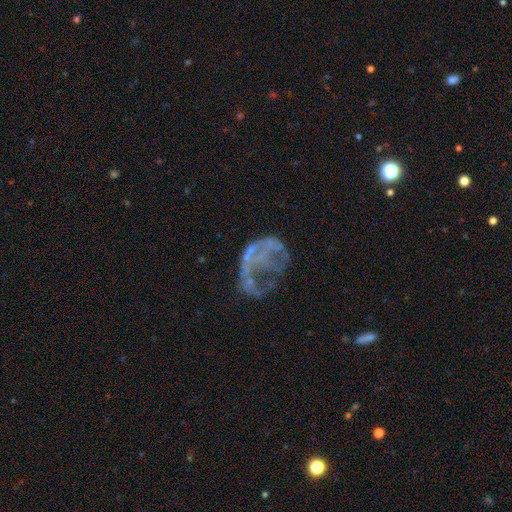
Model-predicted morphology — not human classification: featured or disk 61%, smooth 20%, star or artifact 19%. Down the decision tree: edge-on disk — no (98%); bar — no (89%); spiral arms — no (83%); bulge size — none (84%); merging — major disturbance (49%).